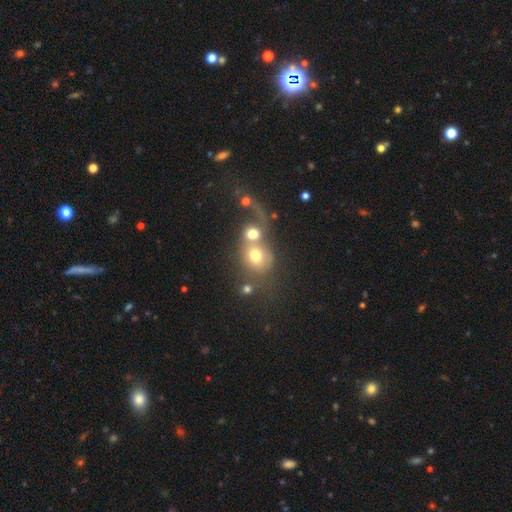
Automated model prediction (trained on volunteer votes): Smooth or featured: smooth — 58% (featured or disk — 29%)
How rounded: round — 71% (in between — 28%)
Merging: merger — 68% (none — 15%)